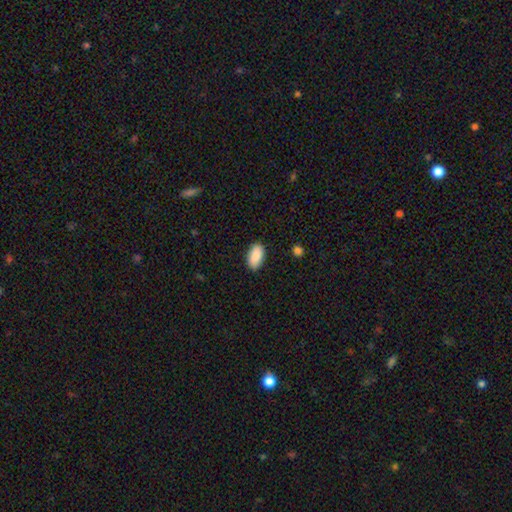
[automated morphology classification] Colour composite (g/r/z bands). It shows a smooth galaxy with no disk features (89%) that is in between round and cigar-shaped (94%). Merging: none (87%).